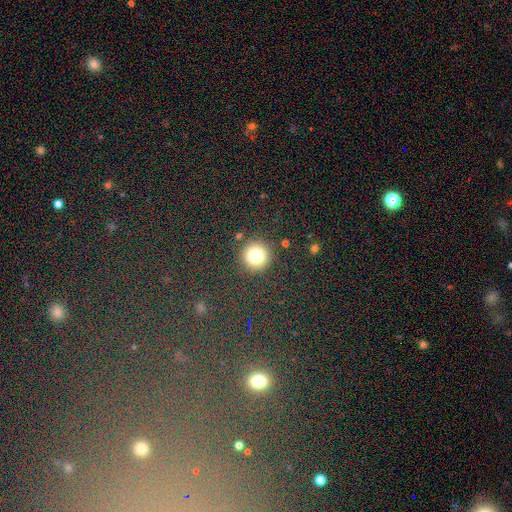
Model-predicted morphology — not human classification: smooth 80%, star or artifact 13%, featured or disk 7%. Down the decision tree: how rounded — round (95%); merging — none (89%).